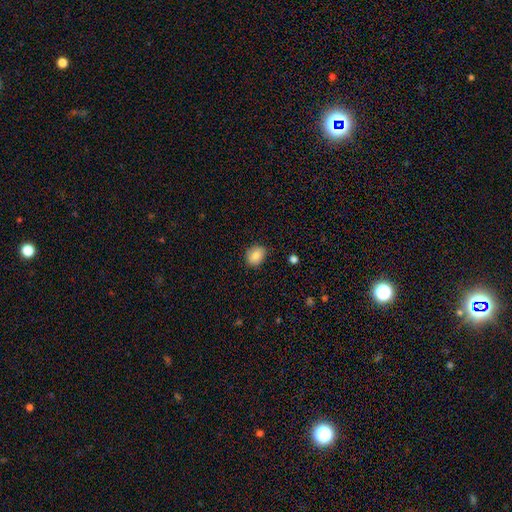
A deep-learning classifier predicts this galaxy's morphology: A smooth galaxy with no disk features (85%) that is round (51%).

Vote fractions:
- Smooth or featured? smooth: 85% / star or artifact: 9% / featured or disk: 7%
- How rounded? round: 51% / in between: 48% / cigar-shaped: 1%
- Merging? none: 84% / minor disturbance: 12% / major disturbance: 2% / merger: 1%